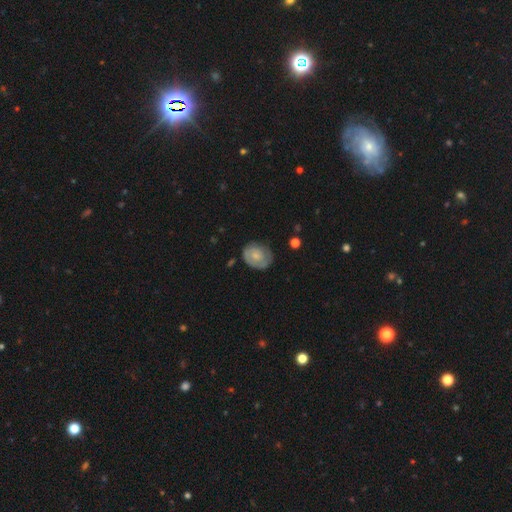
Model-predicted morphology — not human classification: Smooth or featured?
  - featured or disk: 47% *
  - smooth: 46%
  - star or artifact: 6%
Merging?
  - none: 66% *
  - minor disturbance: 23%
  - major disturbance: 9%
  - merger: 2%